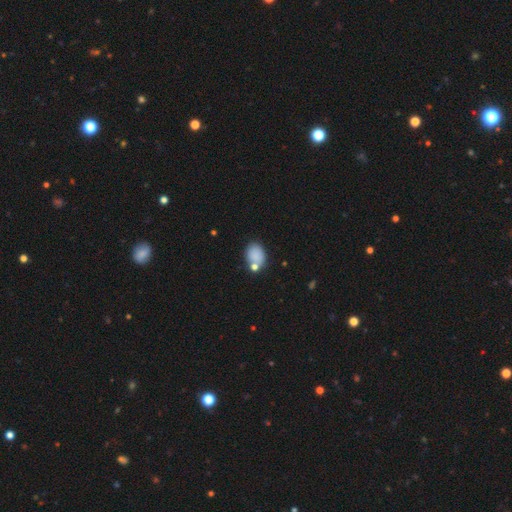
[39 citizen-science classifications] smooth 77%, featured or disk 15%, star or artifact 8%. Down the decision tree: how rounded — in between (73%); merging — none (64%).